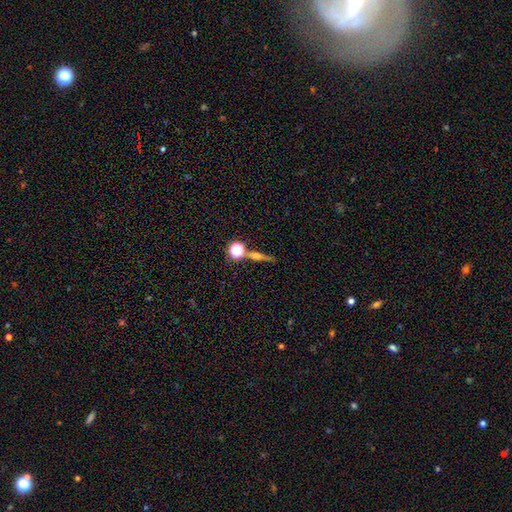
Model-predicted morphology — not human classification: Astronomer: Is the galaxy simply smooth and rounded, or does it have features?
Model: smooth — 39% (runner-up: featured or disk, 36%).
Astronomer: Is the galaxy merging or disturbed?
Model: none — 65%.